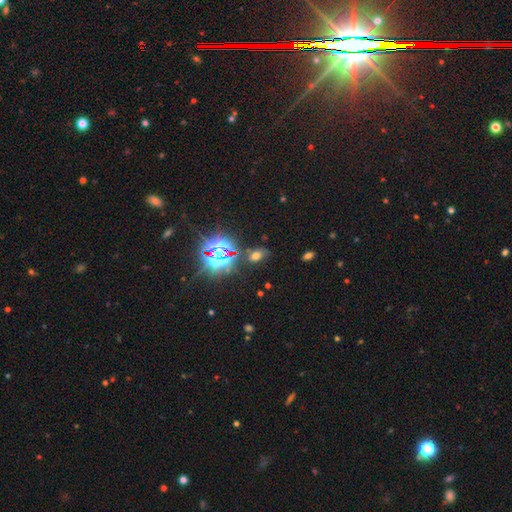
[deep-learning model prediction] Smooth or featured? Predicted: smooth (p=0.49). Merging? Predicted: none (p=0.77).